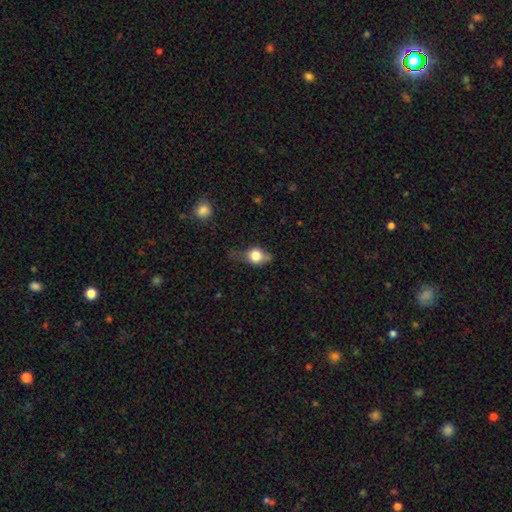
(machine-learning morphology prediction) Smooth or featured? smooth (68%)
How rounded? in between (51%)
Merging? none (47%)